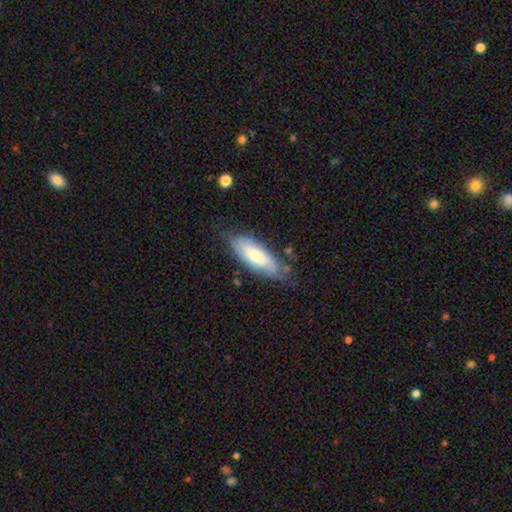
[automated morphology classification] type=smooth (59%); roundness=in between (68%); merging=none (67%).